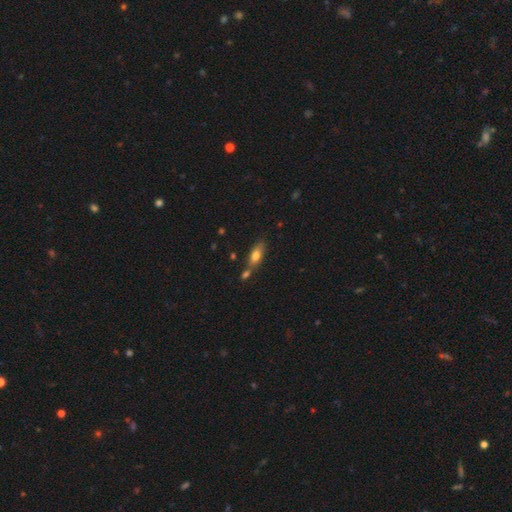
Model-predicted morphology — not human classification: A smooth galaxy with no disk features (71%) that is in between round and cigar-shaped (71%). Merging: none (57%).